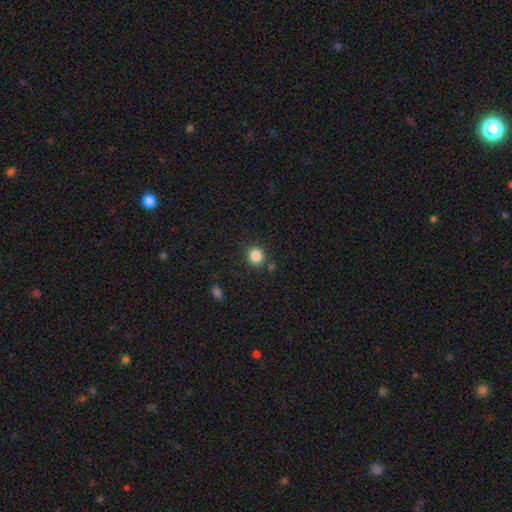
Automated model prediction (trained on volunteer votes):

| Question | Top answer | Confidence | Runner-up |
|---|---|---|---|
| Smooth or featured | smooth | 86% | star or artifact (11%) |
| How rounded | round | 90% | in between (9%) |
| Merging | none | 85% | minor disturbance (8%) |